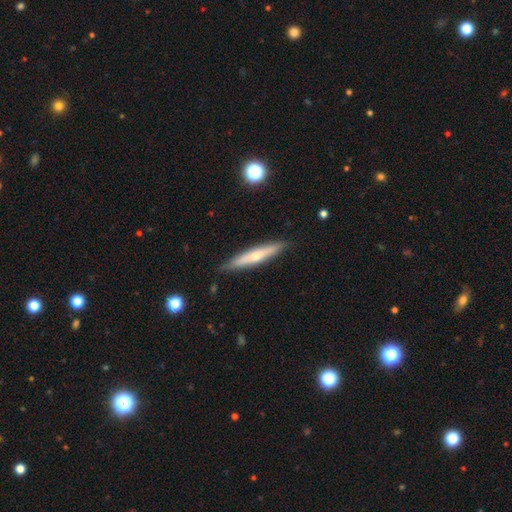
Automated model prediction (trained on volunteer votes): Smooth or featured: featured or disk — 52% (smooth — 42%)
Edge-on disk: yes — 92% (no — 8%)
Merging: none — 87% (minor disturbance — 10%)